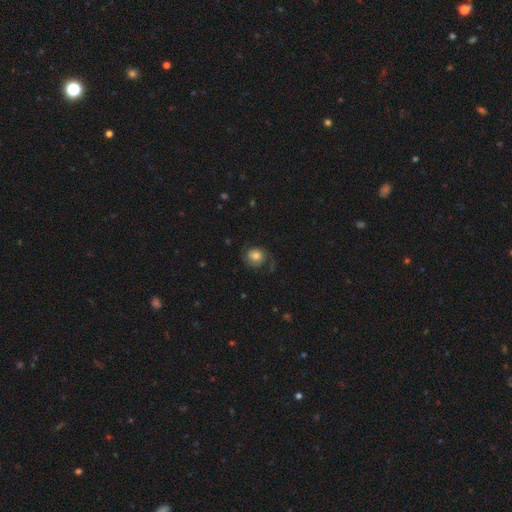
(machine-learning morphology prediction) Smooth or featured? smooth (47%)
Merging? none (63%)